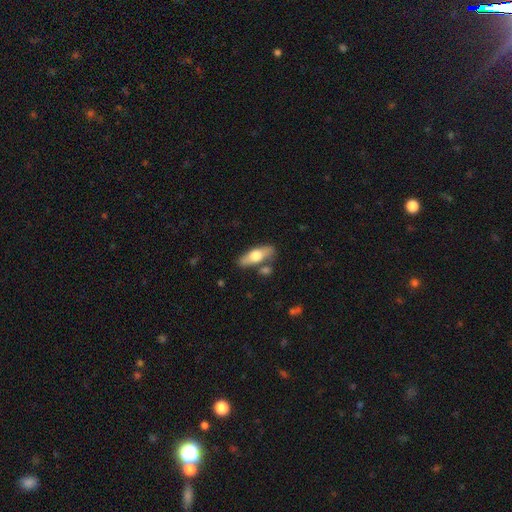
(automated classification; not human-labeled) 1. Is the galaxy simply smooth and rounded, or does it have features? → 58% smooth, 37% featured or disk, 5% star or artifact.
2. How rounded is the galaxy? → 61% in between, 35% cigar-shaped, 3% round.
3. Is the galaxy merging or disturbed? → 74% none, 13% minor disturbance, 10% merger, 3% major disturbance.